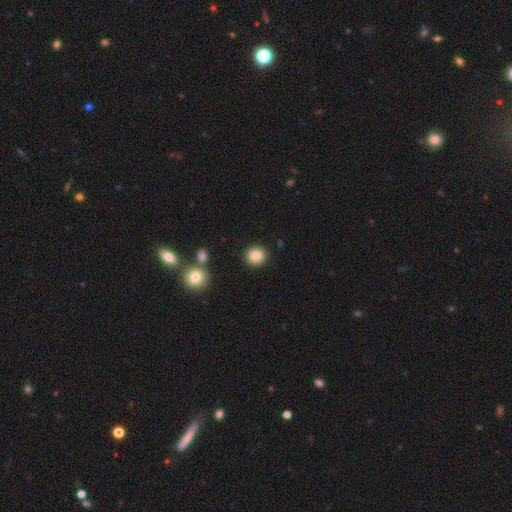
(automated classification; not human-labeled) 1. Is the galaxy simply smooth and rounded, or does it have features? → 85% smooth, 9% star or artifact, 5% featured or disk.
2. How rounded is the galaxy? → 87% round, 12% in between, 1% cigar-shaped.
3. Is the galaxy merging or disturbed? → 90% none, 6% minor disturbance, 2% merger, 2% major disturbance.